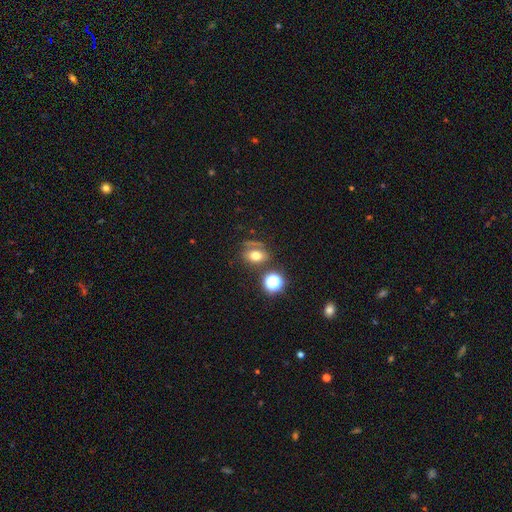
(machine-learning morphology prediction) This is likely a smooth galaxy (64%). How rounded: likely in between (63%). Merging: likely none (61%).